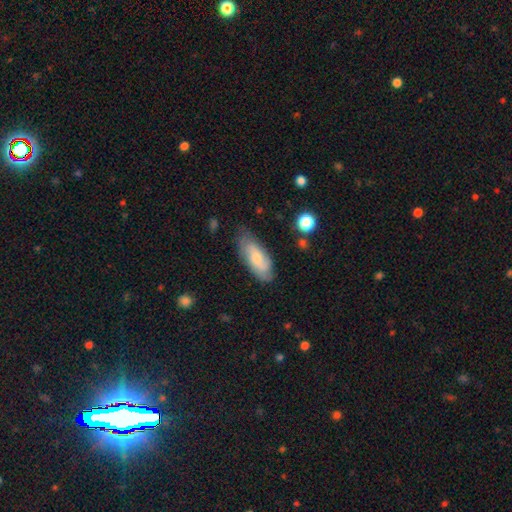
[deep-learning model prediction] A smooth galaxy with no disk features (54%) that is in between round and cigar-shaped (76%). Merging: none (72%).